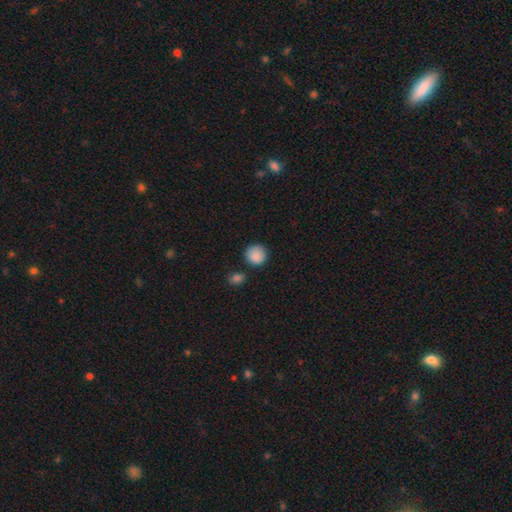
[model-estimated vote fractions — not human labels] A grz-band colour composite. It shows a smooth galaxy with no disk features (88%) that is round (93%). Merging: none (84%).